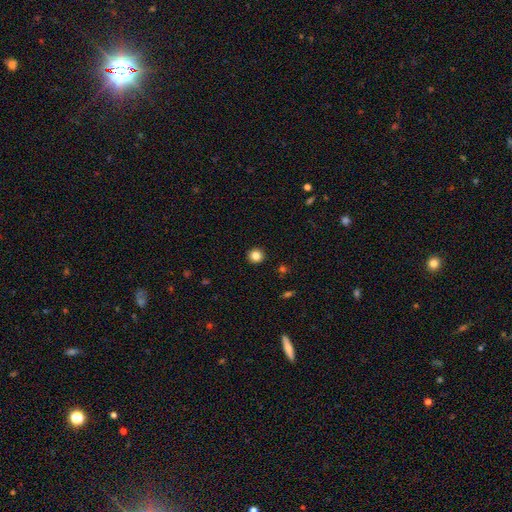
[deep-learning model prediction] This appears to be a smooth galaxy with no disk features (84%) that is round (94%). Merging: none (93%).